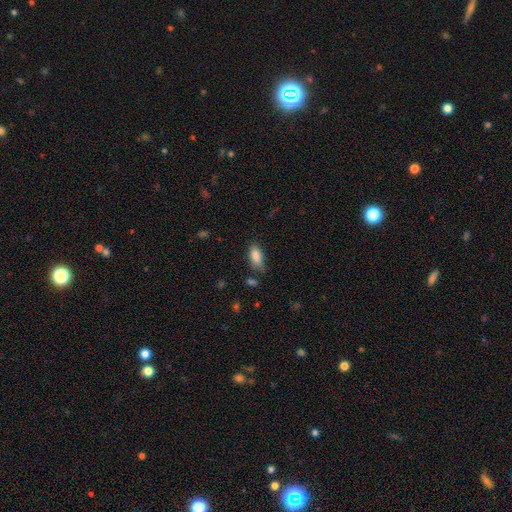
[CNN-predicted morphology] A smooth galaxy with no disk features (85%) that is in between round and cigar-shaped (86%).

Vote fractions:
- Smooth or featured? smooth: 85% / star or artifact: 8% / featured or disk: 7%
- How rounded? in between: 86% / cigar-shaped: 12% / round: 3%
- Merging? none: 63% / minor disturbance: 27% / major disturbance: 6% / merger: 4%